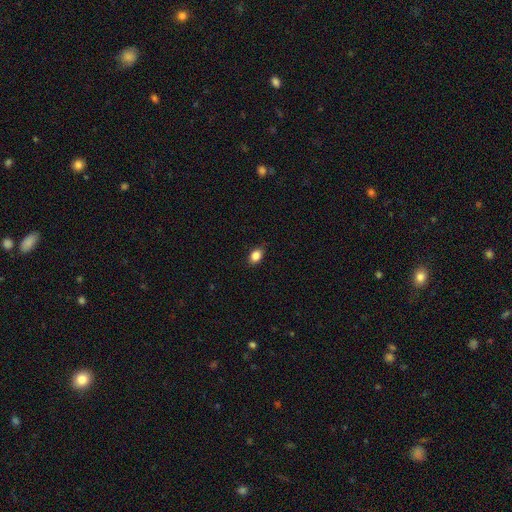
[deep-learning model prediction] Smooth or featured? smooth (86%)
How rounded? in between (75%)
Merging? none (84%)